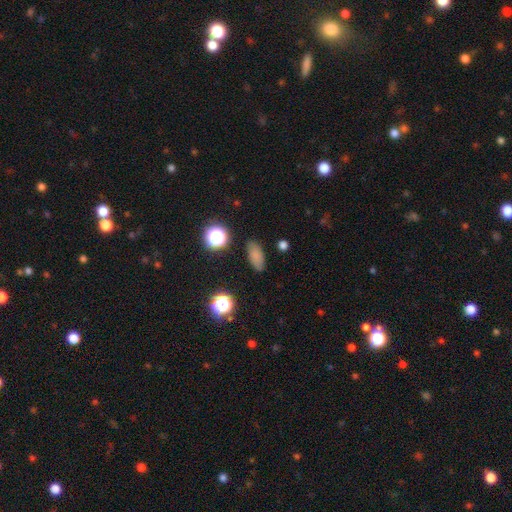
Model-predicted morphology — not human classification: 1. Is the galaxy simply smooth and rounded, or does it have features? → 78% smooth, 14% star or artifact, 8% featured or disk.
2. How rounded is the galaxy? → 83% in between, 10% cigar-shaped, 7% round.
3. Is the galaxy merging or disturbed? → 82% none, 13% minor disturbance, 3% major disturbance, 2% merger.